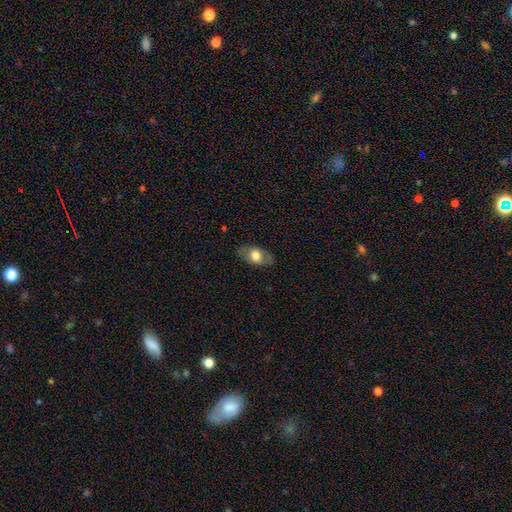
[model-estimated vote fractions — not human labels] A smooth galaxy with no disk features (63%) that is in between round and cigar-shaped (88%). Merging: none (81%).